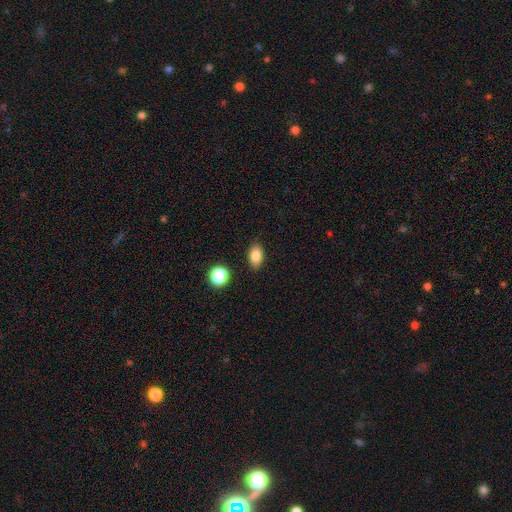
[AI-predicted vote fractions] A smooth galaxy with no disk features (82%) that is in between round and cigar-shaped (87%).

Vote fractions:
- Smooth or featured? smooth: 82% / star or artifact: 10% / featured or disk: 8%
- How rounded? in between: 87% / round: 10% / cigar-shaped: 2%
- Merging? none: 87% / minor disturbance: 9% / major disturbance: 2% / merger: 2%